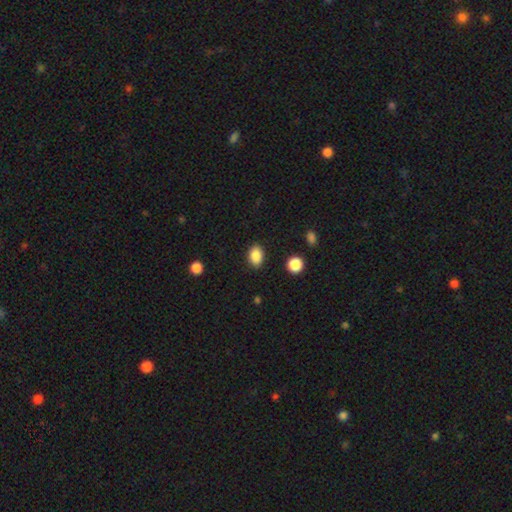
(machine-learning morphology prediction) Smooth or featured? smooth (88%)
How rounded? in between (83%)
Merging? none (87%)